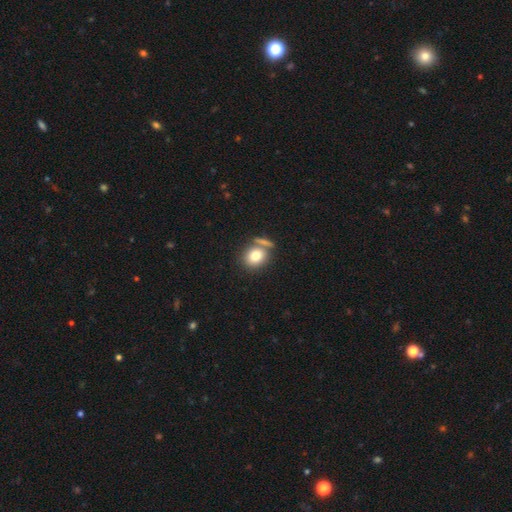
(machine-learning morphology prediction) This is likely a smooth galaxy (78%). How rounded: likely round (67%). Merging: likely none (60%).